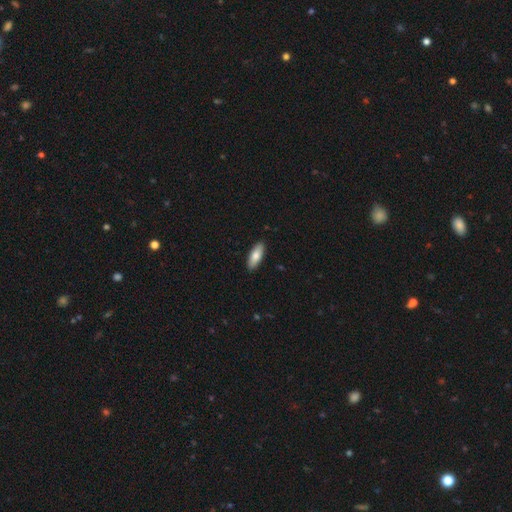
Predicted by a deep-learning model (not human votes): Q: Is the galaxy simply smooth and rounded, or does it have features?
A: smooth — 81%.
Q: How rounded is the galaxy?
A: in between — 72%.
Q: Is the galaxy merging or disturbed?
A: none — 90%.